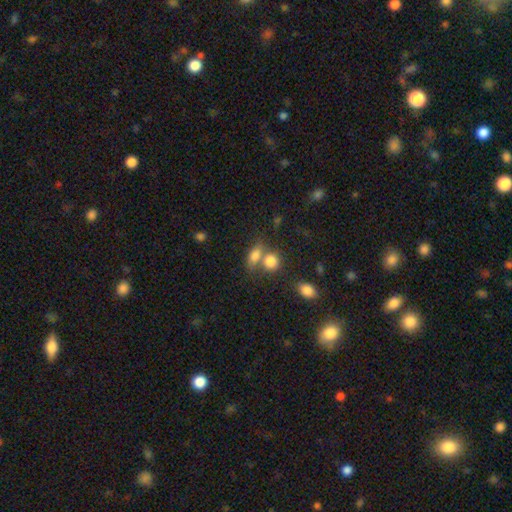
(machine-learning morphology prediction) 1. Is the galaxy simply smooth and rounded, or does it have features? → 80% smooth, 11% featured or disk, 10% star or artifact.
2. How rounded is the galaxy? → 69% in between, 24% round, 8% cigar-shaped.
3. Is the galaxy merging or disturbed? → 43% merger, 42% none, 10% minor disturbance, 5% major disturbance.